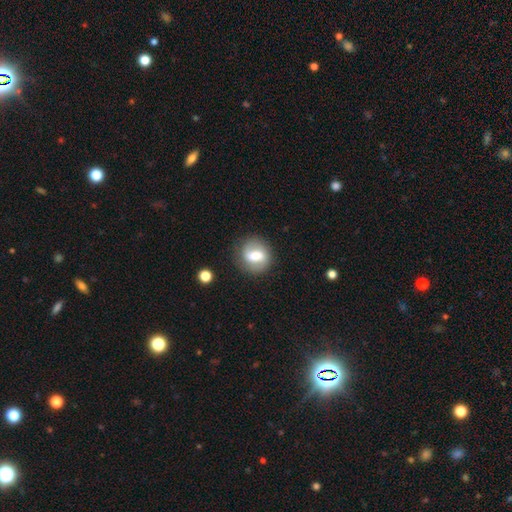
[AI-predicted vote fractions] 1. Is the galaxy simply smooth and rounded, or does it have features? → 46% smooth (tied), 46% featured or disk (tied), 8% star or artifact.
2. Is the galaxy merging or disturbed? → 79% none, 14% minor disturbance, 5% major disturbance, 2% merger.